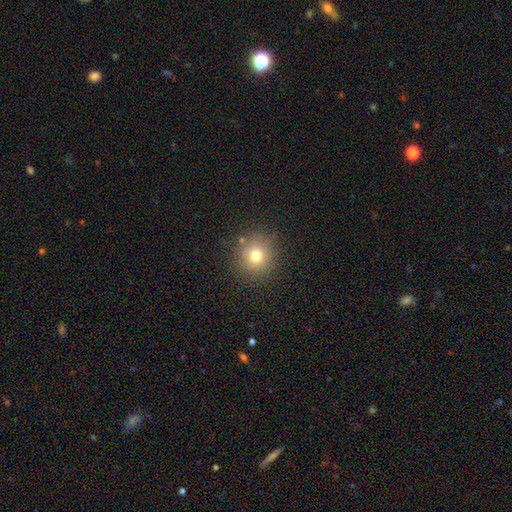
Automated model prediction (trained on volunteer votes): Smooth or featured? smooth (74%)
How rounded? round (91%)
Merging? none (87%)